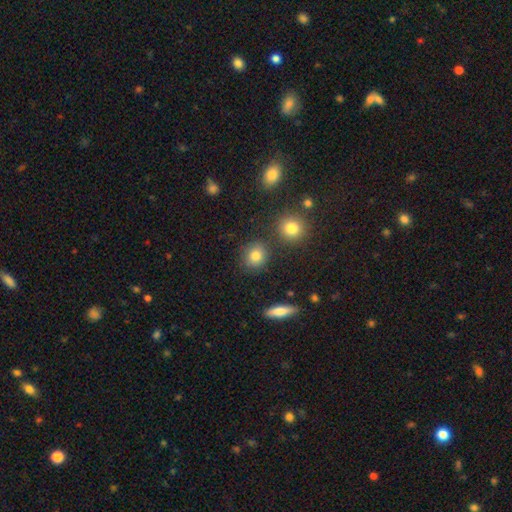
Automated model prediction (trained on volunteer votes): The model was most divided on "how rounded": round: 79%, in between: 20%, cigar-shaped: 1%. More confident: merging — none (81%); smooth or featured — smooth (80%).